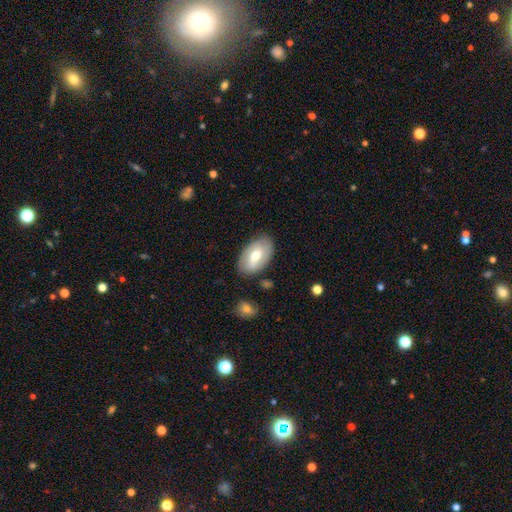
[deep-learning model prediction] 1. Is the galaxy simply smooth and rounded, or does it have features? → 55% smooth, 39% featured or disk, 6% star or artifact.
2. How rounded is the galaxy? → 93% in between, 6% round, 2% cigar-shaped.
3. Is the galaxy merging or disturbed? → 80% none, 13% minor disturbance, 4% major disturbance, 3% merger.